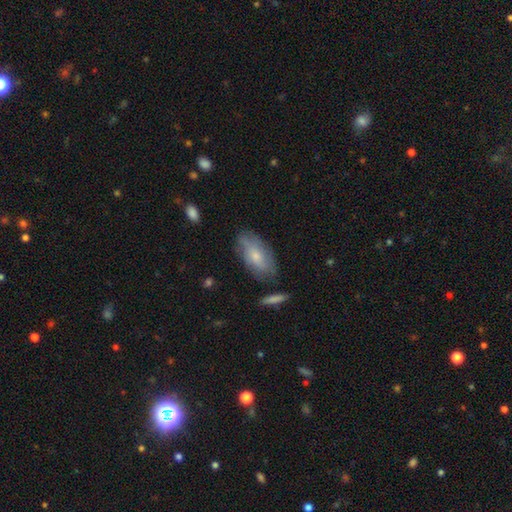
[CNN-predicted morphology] Overall: smooth (62%; featured or disk 32%). How rounded: in between (90%). Merging: none (68%).